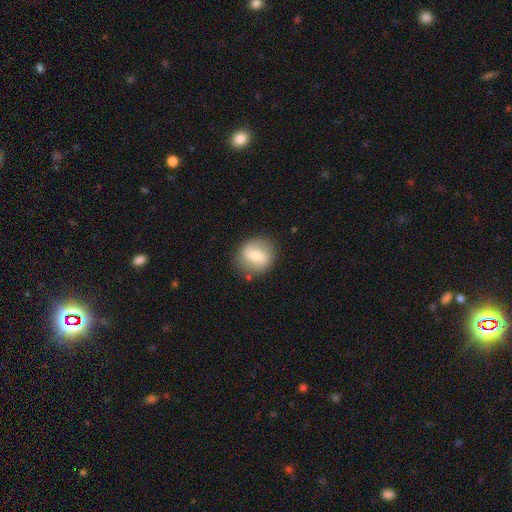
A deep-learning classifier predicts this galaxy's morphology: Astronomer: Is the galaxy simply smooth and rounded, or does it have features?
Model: smooth — 62%.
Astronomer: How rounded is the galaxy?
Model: round — 78%.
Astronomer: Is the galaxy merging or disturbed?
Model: none — 80%.